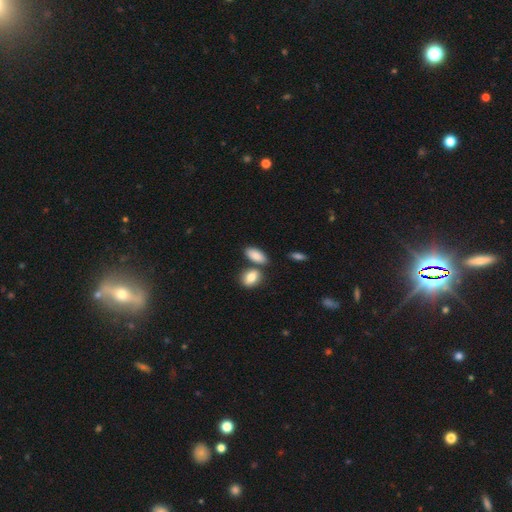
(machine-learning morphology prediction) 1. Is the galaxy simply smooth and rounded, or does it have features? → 85% smooth, 8% featured or disk, 7% star or artifact.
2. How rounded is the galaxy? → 88% in between, 6% cigar-shaped, 6% round.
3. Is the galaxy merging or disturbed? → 64% none, 20% merger, 13% minor disturbance, 3% major disturbance.